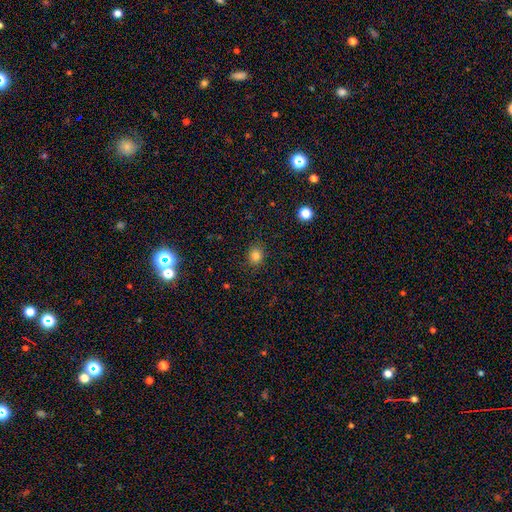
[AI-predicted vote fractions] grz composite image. It shows a smooth galaxy with no disk features (82%) that is round (69%). Merging: none (88%).